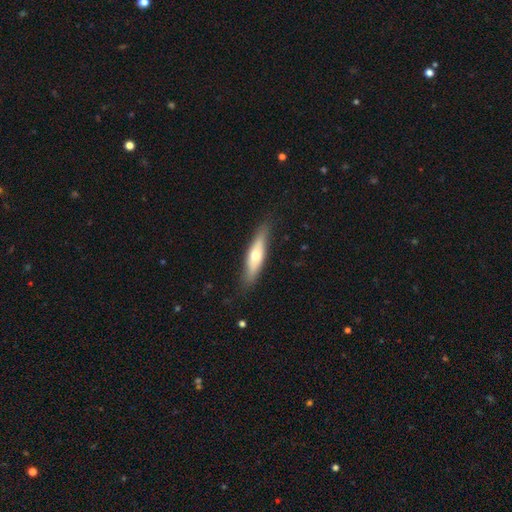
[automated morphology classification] smooth_or_featured: smooth (p=0.51) [alt: featured or disk p=0.43]
how_rounded: cigar-shaped (p=0.69) [alt: in between p=0.29]
merging: none (p=0.82) [alt: minor disturbance p=0.14]